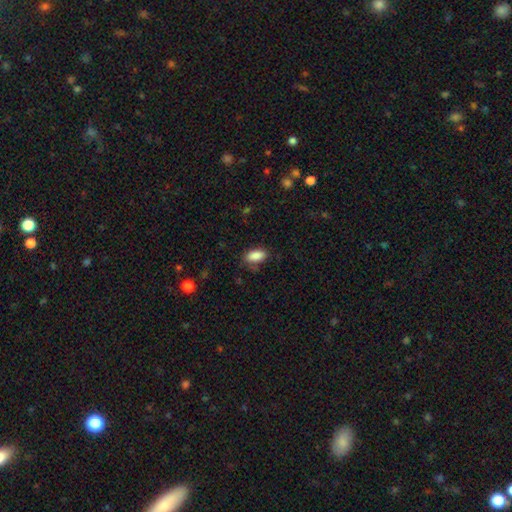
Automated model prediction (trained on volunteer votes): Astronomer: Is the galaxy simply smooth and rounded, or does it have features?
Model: smooth — 87%.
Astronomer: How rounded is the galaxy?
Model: in between — 90%.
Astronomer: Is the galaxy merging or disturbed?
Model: none — 74%.